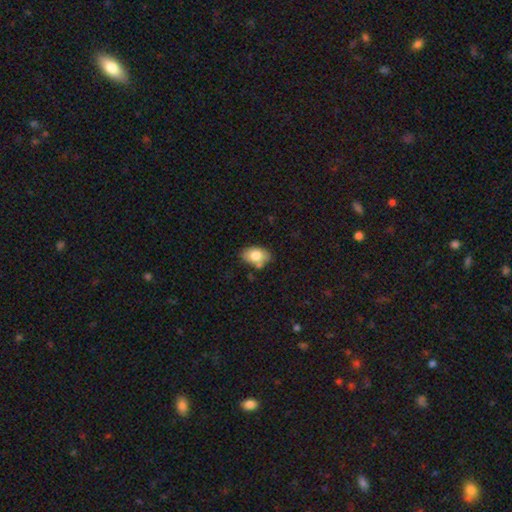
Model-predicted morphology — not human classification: Q: Smooth or featured?
A: smooth (80%); runner-up: featured or disk (13%)
Q: How rounded?
A: in between (86%); runner-up: round (13%)
Q: Merging?
A: none (73%); runner-up: minor disturbance (16%)